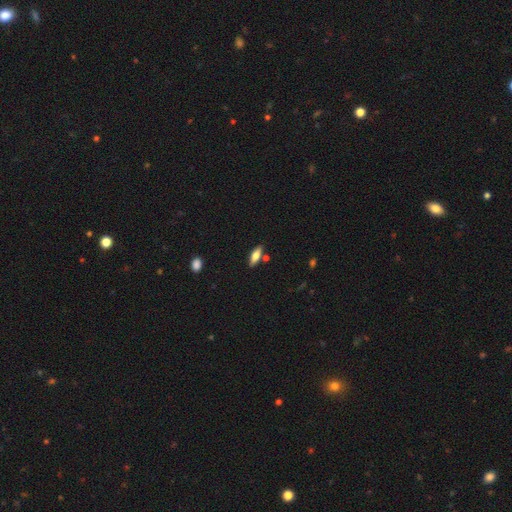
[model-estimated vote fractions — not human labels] smooth 68%, featured or disk 25%, star or artifact 7%. Down the decision tree: how rounded — in between (65%); merging — none (79%).